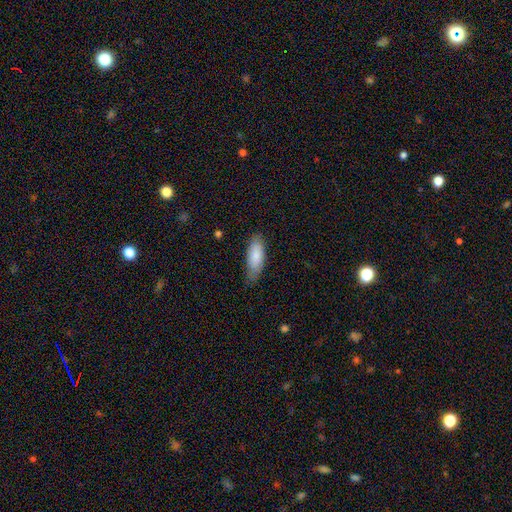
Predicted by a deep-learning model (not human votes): smooth_or_featured: smooth (p=0.82) [alt: featured or disk p=0.12]
how_rounded: in between (p=0.76) [alt: cigar-shaped p=0.22]
merging: none (p=0.73) [alt: minor disturbance p=0.21]